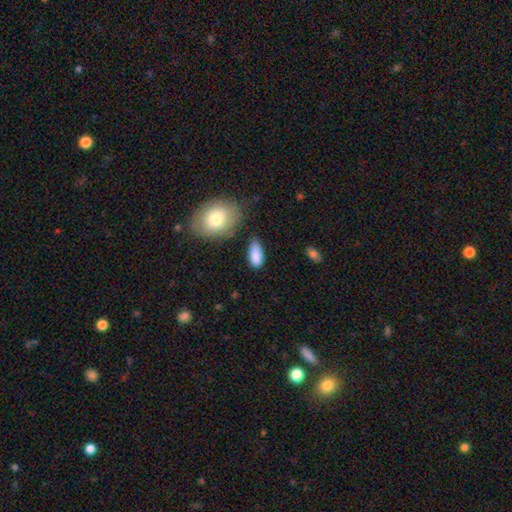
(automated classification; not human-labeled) Overall: smooth (87%). How rounded: in between (89%). Merging: none (64%; minor disturbance 25%).